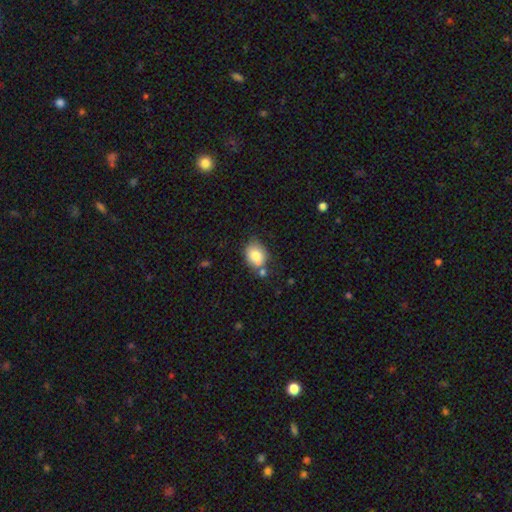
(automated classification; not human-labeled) A smooth galaxy with no disk features (79%) that is in between round and cigar-shaped (51%). Merging: none (56%).